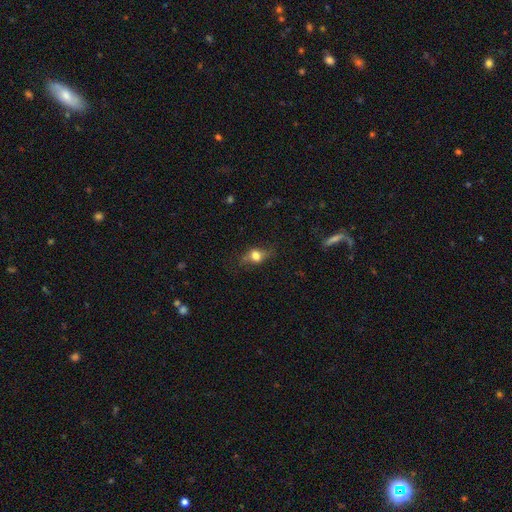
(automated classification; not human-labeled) Q: Smooth or featured?
A: smooth (62%); runner-up: featured or disk (27%)
Q: How rounded?
A: in between (61%); runner-up: round (31%)
Q: Merging?
A: none (67%); runner-up: minor disturbance (22%)